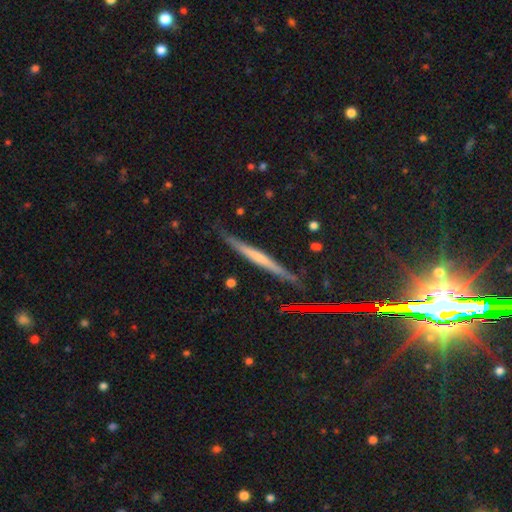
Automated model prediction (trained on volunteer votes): Smooth or featured: featured or disk — 51% (smooth — 39%)
Edge-on disk: yes — 95% (no — 5%)
Merging: none — 82% (minor disturbance — 13%)